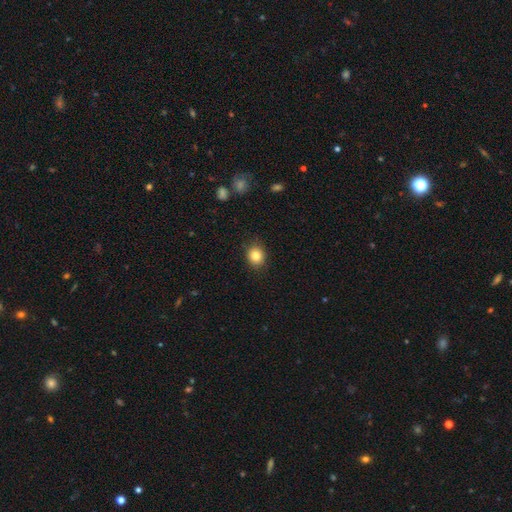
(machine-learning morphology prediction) Smooth or featured?
  - smooth: 84% *
  - star or artifact: 10%
  - featured or disk: 6%
How rounded?
  - round: 71% *
  - in between: 28%
  - cigar-shaped: 1%
Merging?
  - none: 87% *
  - minor disturbance: 9%
  - major disturbance: 2%
  - merger: 1%